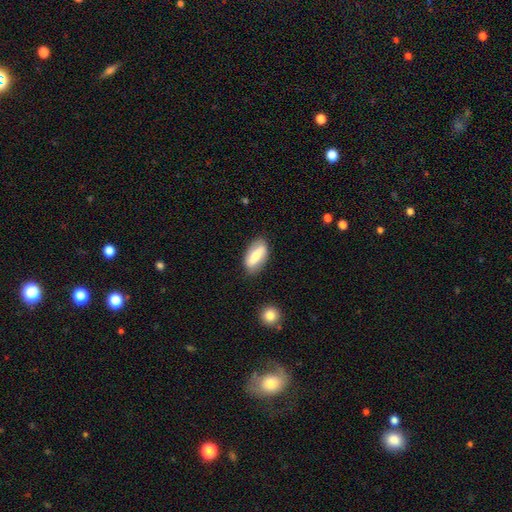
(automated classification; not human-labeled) Smooth or featured?
  - smooth: 62% *
  - featured or disk: 32%
  - star or artifact: 6%
How rounded?
  - in between: 83% *
  - cigar-shaped: 14%
  - round: 4%
Merging?
  - none: 82% *
  - minor disturbance: 13%
  - major disturbance: 3%
  - merger: 2%